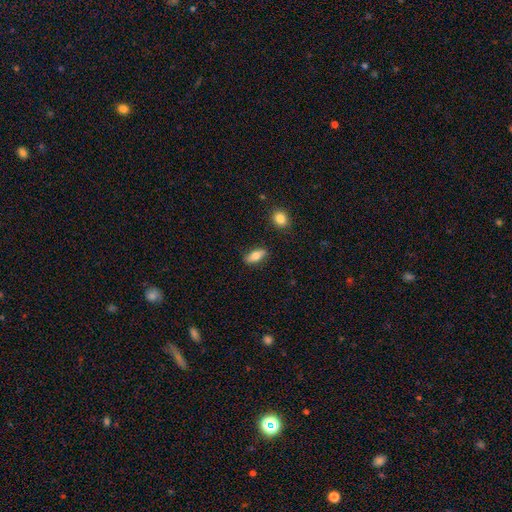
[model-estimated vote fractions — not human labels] Q: Smooth or featured?
A: smooth (71%); runner-up: featured or disk (22%)
Q: How rounded?
A: in between (74%); runner-up: cigar-shaped (22%)
Q: Merging?
A: none (84%); runner-up: minor disturbance (12%)